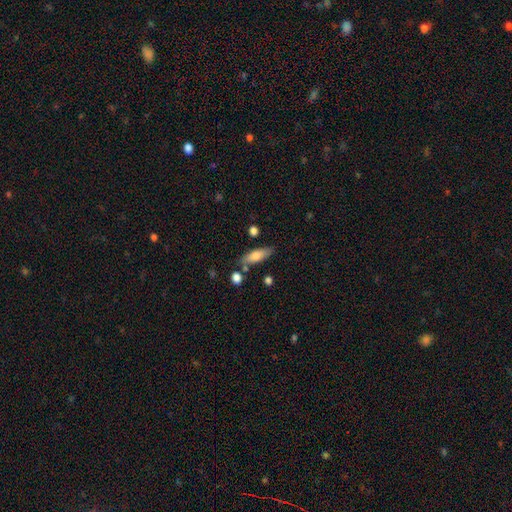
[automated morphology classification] A smooth galaxy with no disk features (73%) that is in between round and cigar-shaped (56%). Merging: none (76%).